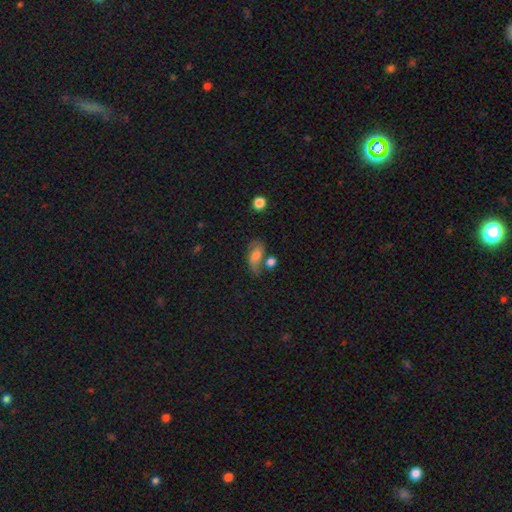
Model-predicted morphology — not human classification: type=smooth (62%); roundness=in between (86%); merging=none (46%).